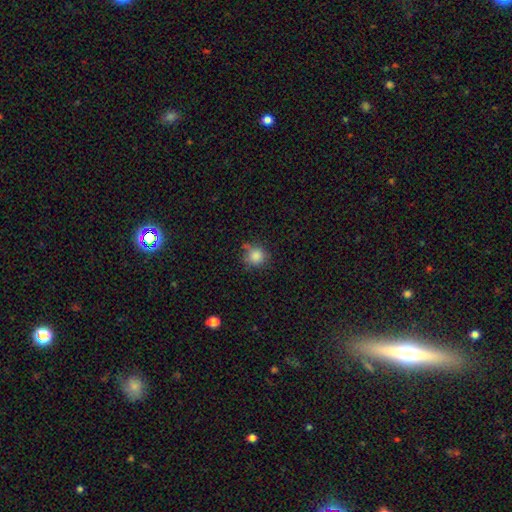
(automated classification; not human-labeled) Smooth or featured: smooth — 84% (star or artifact — 11%)
How rounded: round — 90% (in between — 9%)
Merging: none — 67% (minor disturbance — 22%)